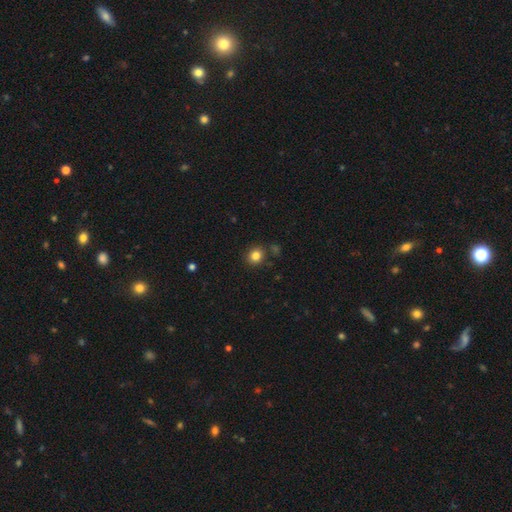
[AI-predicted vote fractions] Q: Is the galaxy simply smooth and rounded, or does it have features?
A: smooth — 83%.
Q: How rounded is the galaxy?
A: round — 77%.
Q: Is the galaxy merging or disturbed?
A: none — 83%.